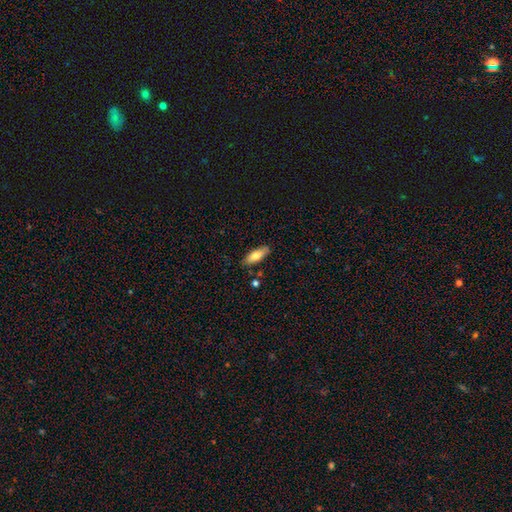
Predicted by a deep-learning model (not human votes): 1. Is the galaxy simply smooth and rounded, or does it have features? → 77% smooth, 17% featured or disk, 6% star or artifact.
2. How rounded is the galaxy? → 63% in between, 35% cigar-shaped, 2% round.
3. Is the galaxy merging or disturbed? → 83% none, 12% minor disturbance, 3% merger, 2% major disturbance.